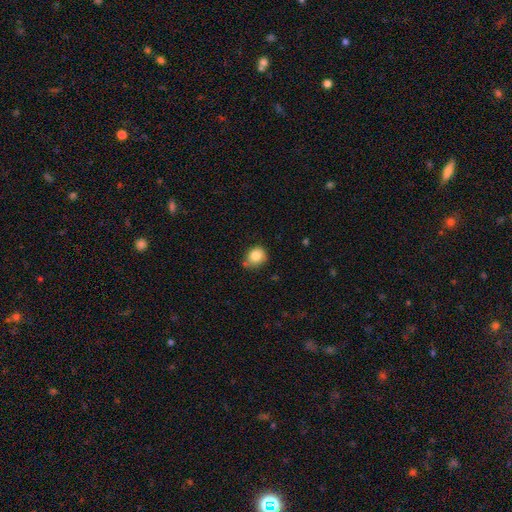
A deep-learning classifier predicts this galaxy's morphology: The model was most divided on "merging": none: 61%, minor disturbance: 28%, merger: 6%, major disturbance: 5%. More confident: smooth or featured — smooth (84%); how rounded — round (72%).